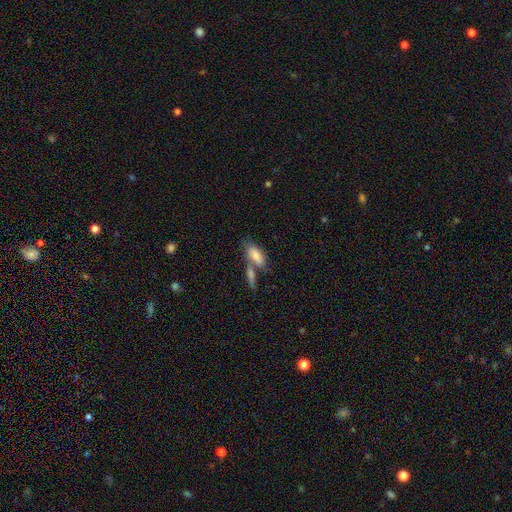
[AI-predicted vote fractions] smooth-or-featured: smooth: 77% | featured or disk: 17% | star or artifact: 7%
  how-rounded: in between: 83% | cigar-shaped: 15% | round: 3%
  merging: merger: 43% | none: 39% | minor disturbance: 12% | major disturbance: 5%